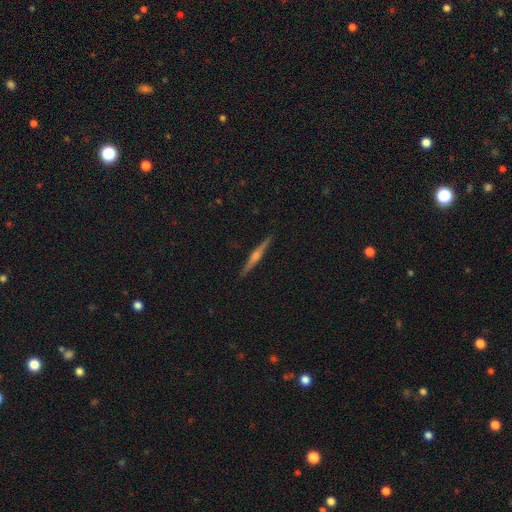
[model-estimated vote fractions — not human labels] A featured or disk galaxy (76%) viewed edge-on (98%) with a rounded central bulge (78%). Merging: none (92%).